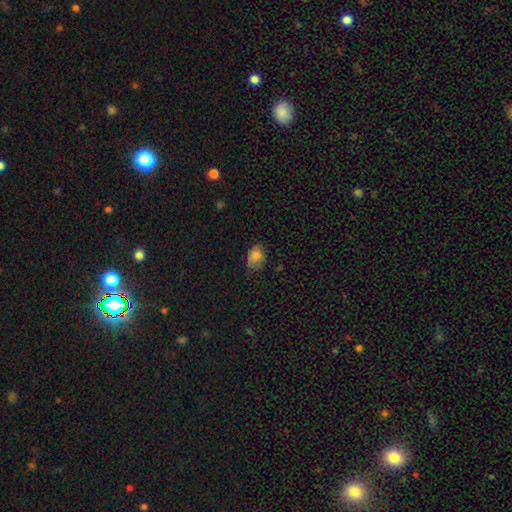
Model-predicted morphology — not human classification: Q: Smooth or featured?
A: smooth (82%); runner-up: star or artifact (10%)
Q: How rounded?
A: in between (69%); runner-up: round (30%)
Q: Merging?
A: none (68%); runner-up: minor disturbance (26%)